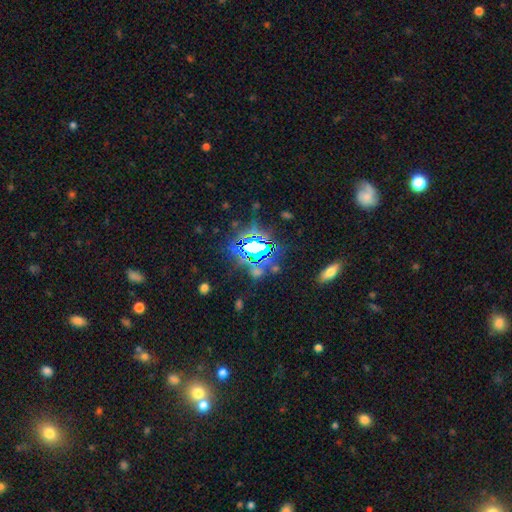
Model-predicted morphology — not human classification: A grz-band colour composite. It shows a star or artifact, not a galaxy (75%).